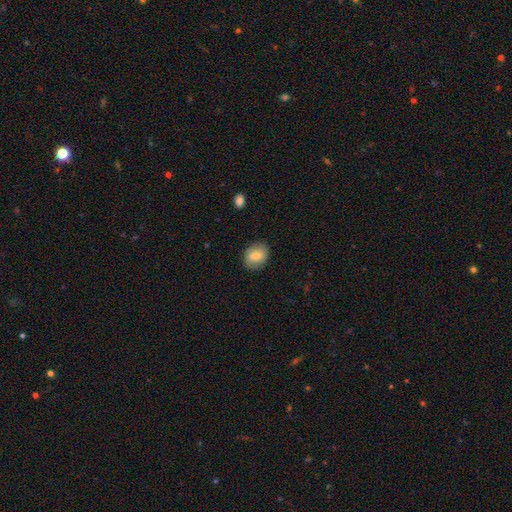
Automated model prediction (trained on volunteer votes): smooth-or-featured: smooth: 77% | featured or disk: 16% | star or artifact: 7%
  how-rounded: in between: 57% | round: 42% | cigar-shaped: 1%
  merging: none: 83% | minor disturbance: 13% | major disturbance: 4% | merger: 1%